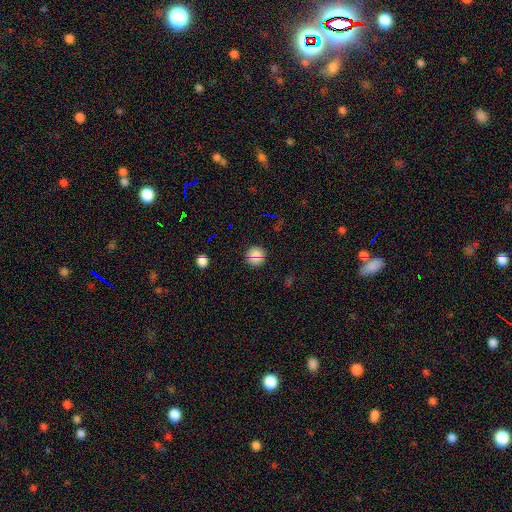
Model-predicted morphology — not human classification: smooth-or-featured: smooth: 74% | star or artifact: 19% | featured or disk: 7%
  how-rounded: round: 95% | in between: 4% | cigar-shaped: 1%
  merging: none: 89% | minor disturbance: 7% | major disturbance: 2% | merger: 2%